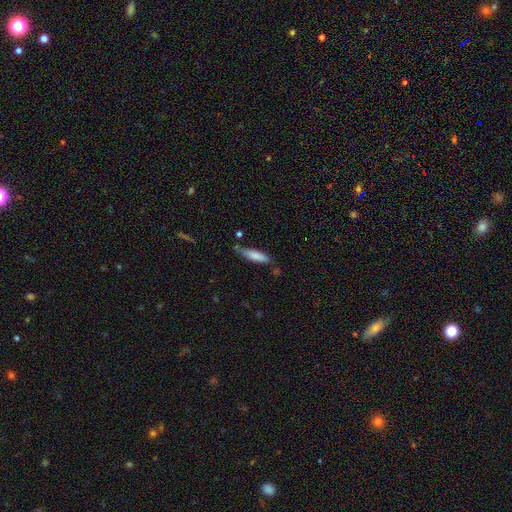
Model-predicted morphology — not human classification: smooth 79%, featured or disk 14%, star or artifact 6%. Down the decision tree: how rounded — cigar-shaped (66%); merging — none (60%).